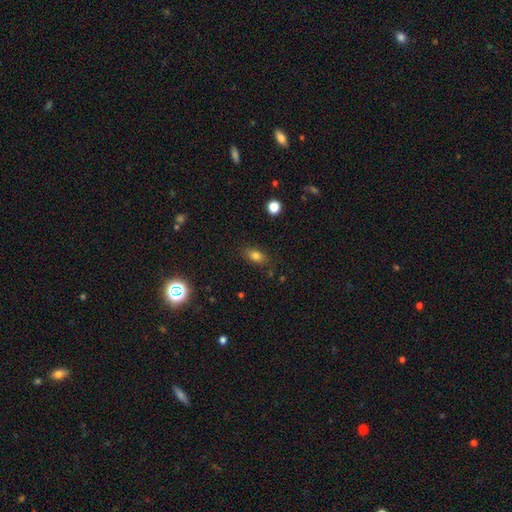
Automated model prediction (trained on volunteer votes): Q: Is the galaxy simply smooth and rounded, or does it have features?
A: smooth — 80%.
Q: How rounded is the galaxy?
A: in between — 83%.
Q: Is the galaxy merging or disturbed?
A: none — 82%.